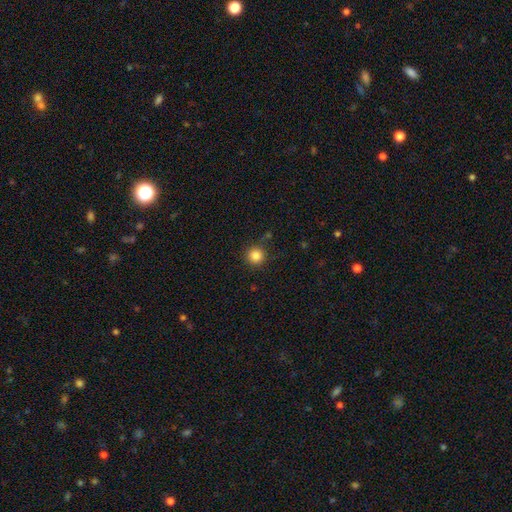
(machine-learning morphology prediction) Smooth or featured? Predicted: smooth (p=0.85). How rounded? Predicted: round (p=0.94). Merging? Predicted: none (p=0.85).